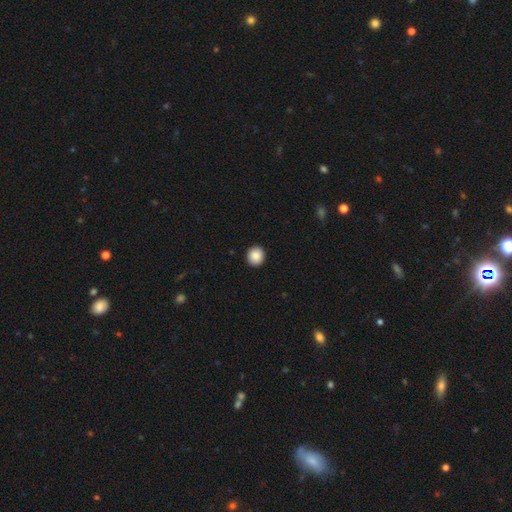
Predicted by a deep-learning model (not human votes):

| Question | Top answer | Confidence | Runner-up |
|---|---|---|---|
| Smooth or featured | smooth | 88% | star or artifact (8%) |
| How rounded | round | 91% | in between (8%) |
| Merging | none | 93% | minor disturbance (5%) |